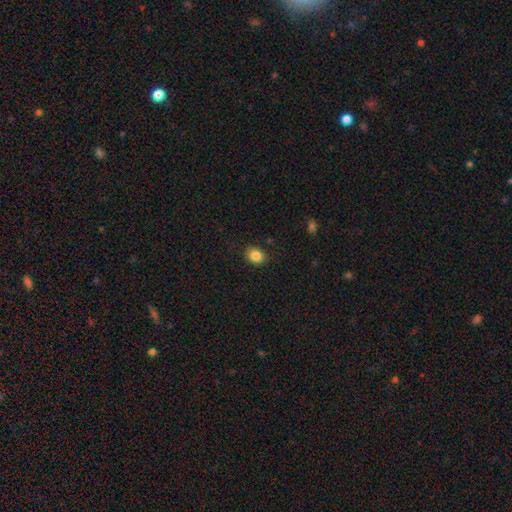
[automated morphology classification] Smooth or featured? Predicted: smooth (p=0.85). How rounded? Predicted: round (p=0.51). Merging? Predicted: none (p=0.86).